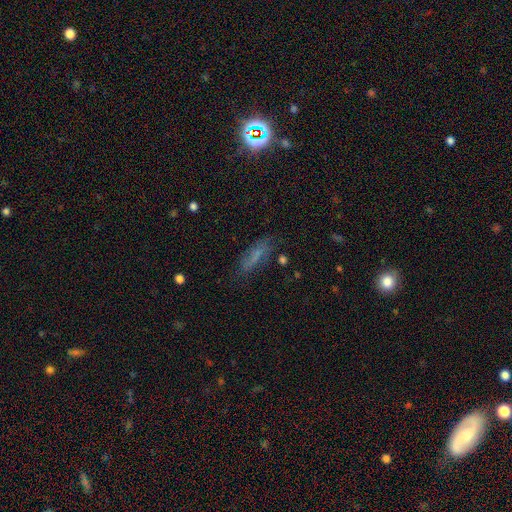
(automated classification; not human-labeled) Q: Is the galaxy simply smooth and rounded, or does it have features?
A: smooth — 52%.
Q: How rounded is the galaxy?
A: in between — 53%.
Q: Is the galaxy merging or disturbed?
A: none — 64%.